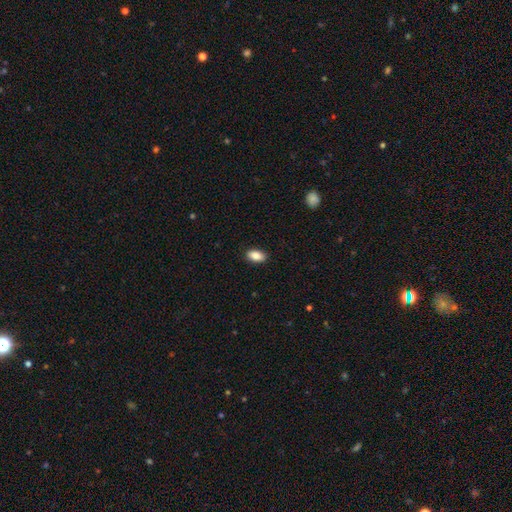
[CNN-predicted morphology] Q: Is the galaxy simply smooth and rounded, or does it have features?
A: smooth — 86%.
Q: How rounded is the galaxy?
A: in between — 92%.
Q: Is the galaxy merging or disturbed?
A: none — 89%.